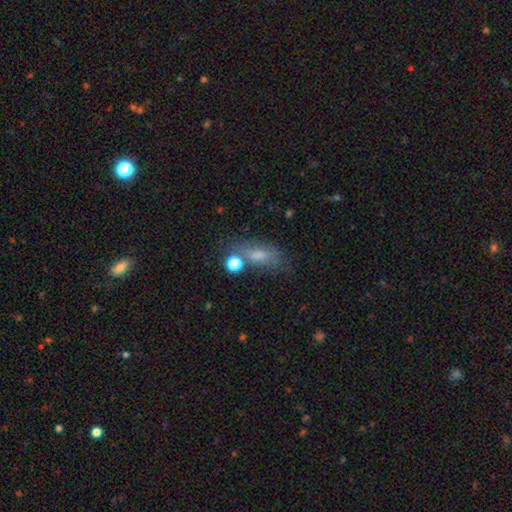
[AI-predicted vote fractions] smooth-or-featured: smooth: 59% | featured or disk: 22% | star or artifact: 19%
  how-rounded: in between: 70% | cigar-shaped: 17% | round: 12%
  merging: none: 56% | minor disturbance: 20% | merger: 12% | major disturbance: 11%